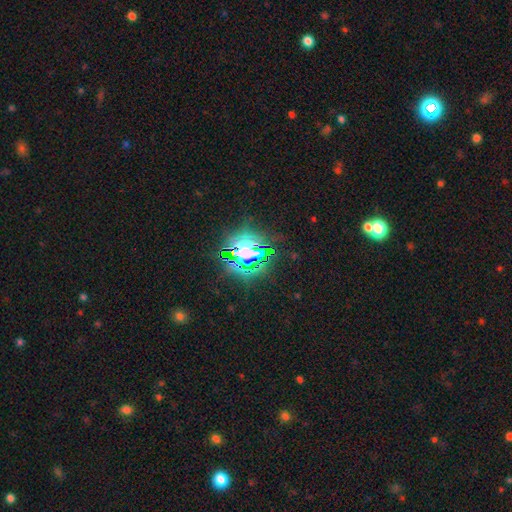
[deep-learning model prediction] Smooth or featured? star or artifact (74%)